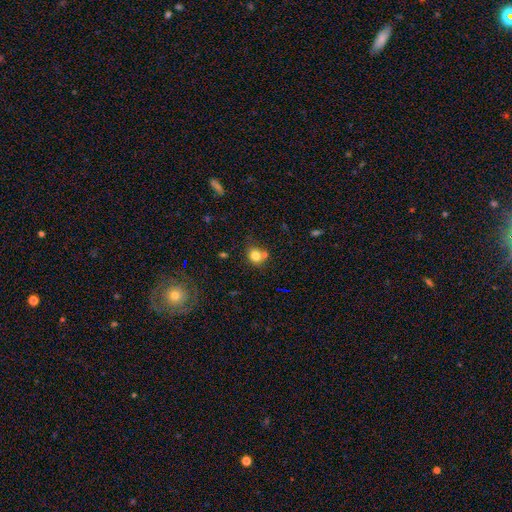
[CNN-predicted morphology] smooth-or-featured: smooth: 78% | star or artifact: 13% | featured or disk: 10%
  how-rounded: round: 74% | in between: 25% | cigar-shaped: 1%
  merging: none: 57% | merger: 26% | minor disturbance: 13% | major disturbance: 4%